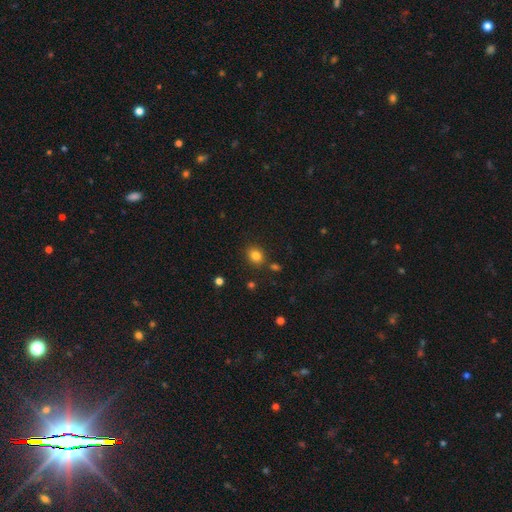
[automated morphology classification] Smooth or featured: smooth — 82% (star or artifact — 12%)
How rounded: round — 62% (in between — 37%)
Merging: none — 83% (minor disturbance — 9%)